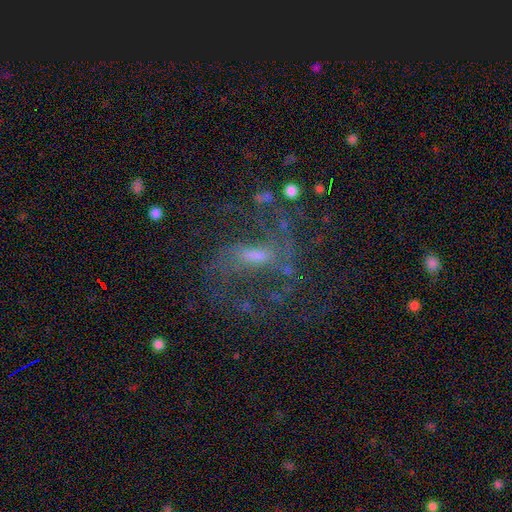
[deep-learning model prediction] This appears to be a featured or disk galaxy (77%) with a weak bar (51%), 2 (59%) loose (45%) spiral arms (87%) and a small central bulge (40%, tied with moderate). Merging: none (53%).